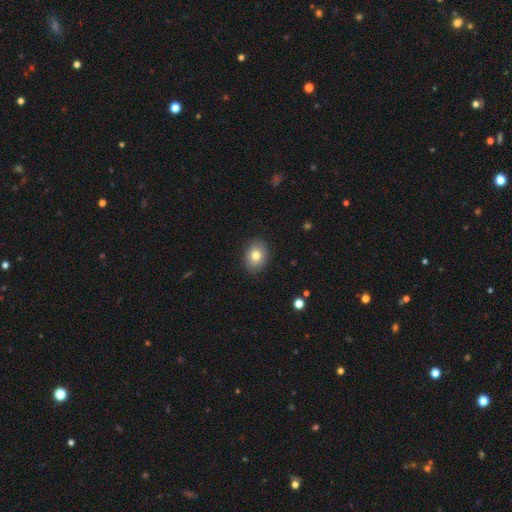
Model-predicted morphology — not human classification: type=smooth (79%); roundness=in between (58%); merging=none (89%).